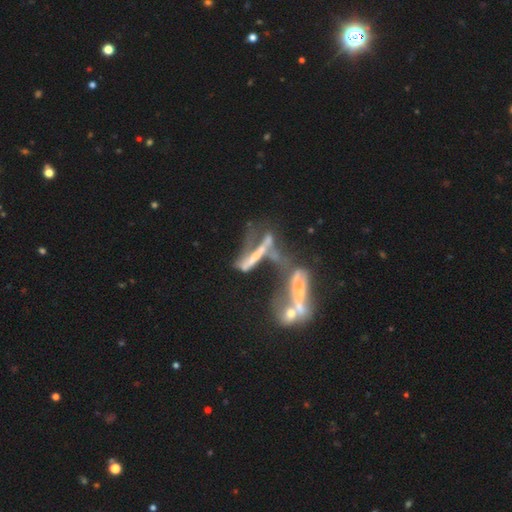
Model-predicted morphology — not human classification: A featured or disk galaxy (57%). Merging: merger (58%).